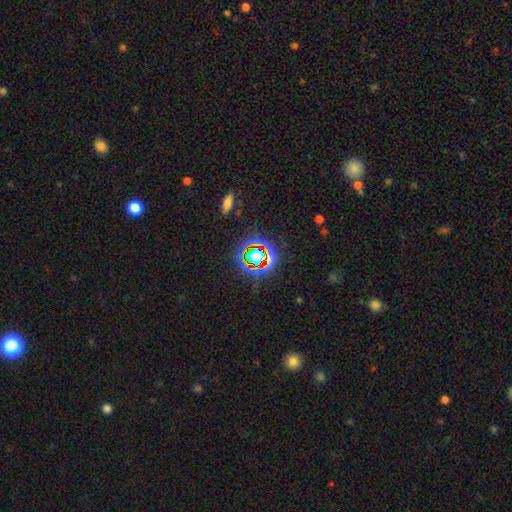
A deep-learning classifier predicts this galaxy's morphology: This is likely a star or artifact rather than a galaxy (67%).